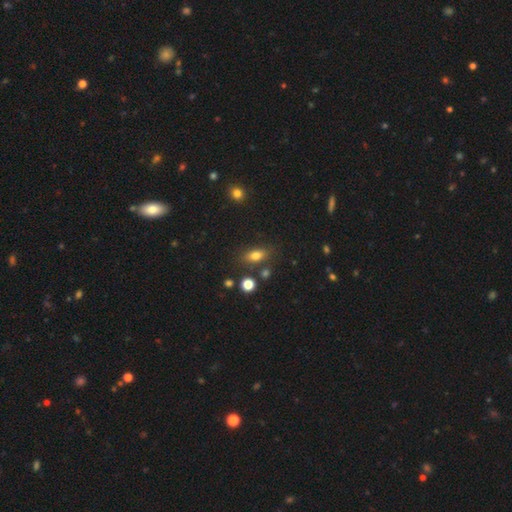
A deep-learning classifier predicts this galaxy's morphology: smooth 78%, featured or disk 11%, star or artifact 11%. Down the decision tree: how rounded — in between (78%); merging — none (77%).